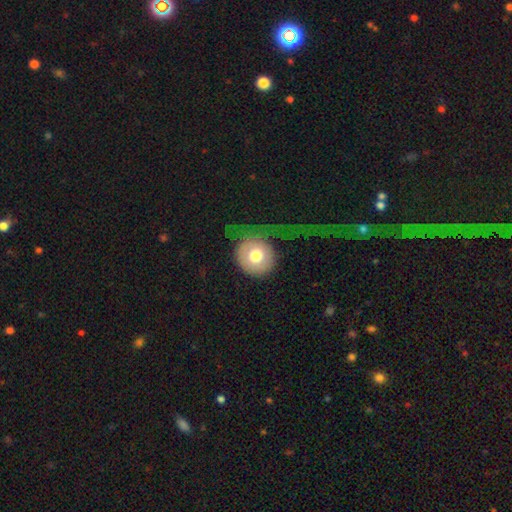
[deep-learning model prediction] Q: Smooth or featured?
A: smooth (68%); runner-up: featured or disk (24%)
Q: How rounded?
A: round (91%); runner-up: in between (8%)
Q: Merging?
A: none (44%); runner-up: major disturbance (37%)